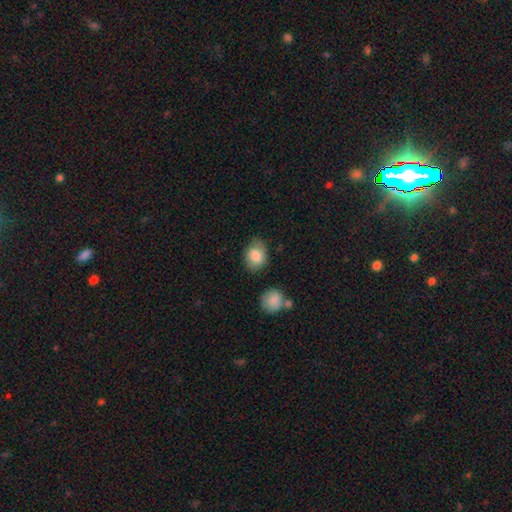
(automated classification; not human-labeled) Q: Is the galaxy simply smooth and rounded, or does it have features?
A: smooth — 83%.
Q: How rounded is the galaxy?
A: in between — 60%.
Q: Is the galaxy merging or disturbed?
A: none — 71%.